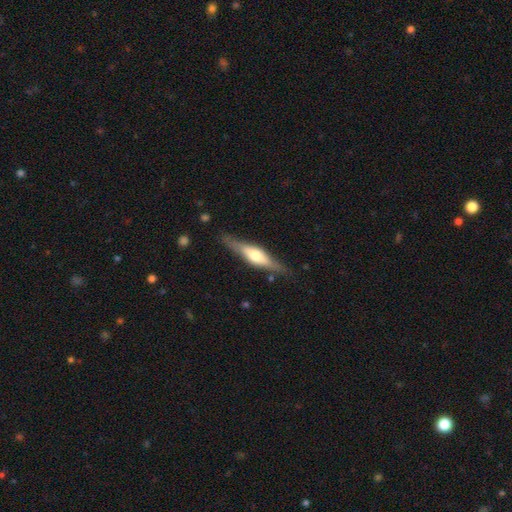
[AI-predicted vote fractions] Overall: featured or disk (65%; smooth 30%). Edge-on disk: yes (94%). Edge-on bulge: rounded (87%). Merging: none (83%).